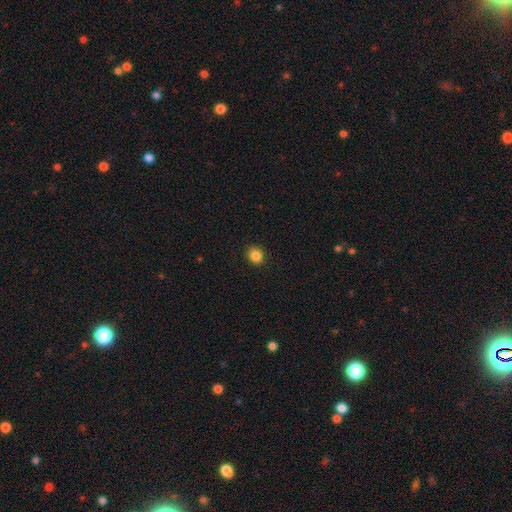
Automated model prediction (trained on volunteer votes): Smooth or featured?
  - smooth: 86% *
  - star or artifact: 10%
  - featured or disk: 4%
How rounded?
  - round: 76% *
  - in between: 23%
  - cigar-shaped: 1%
Merging?
  - none: 90% *
  - minor disturbance: 7%
  - major disturbance: 2%
  - merger: 1%